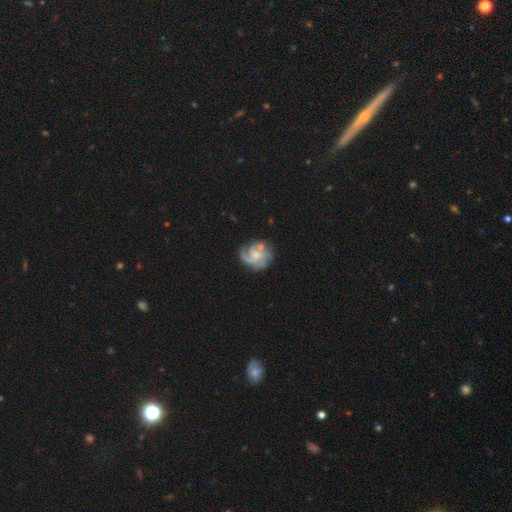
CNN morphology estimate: smooth_or_featured: featured or disk (p=0.79) [alt: smooth p=0.15]
disk_edge_on: no (p=0.98) [alt: yes p=0.02]
bar: no (p=0.68) [alt: weak p=0.28]
has_spiral_arms: yes (p=0.93) [alt: no p=0.07]
spiral_winding: medium (p=0.43) [alt: tight p=0.37]
spiral_arm_count: 3 (p=0.33) [alt: can't tell p=0.23]
bulge_size: small (p=0.50) [alt: moderate p=0.35]
merging: none (p=0.59) [alt: minor disturbance p=0.20]